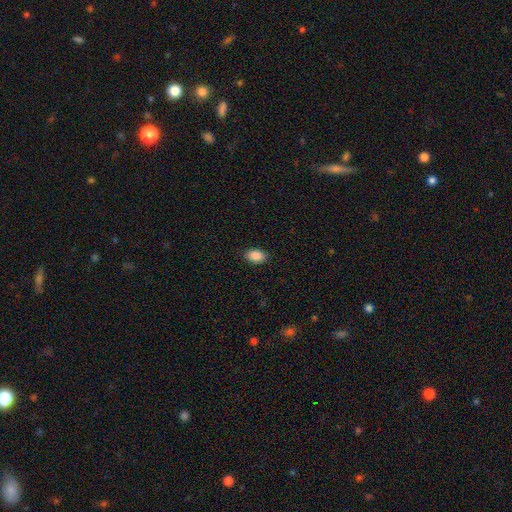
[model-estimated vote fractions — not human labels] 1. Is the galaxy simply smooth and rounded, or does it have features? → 89% smooth, 7% star or artifact, 4% featured or disk.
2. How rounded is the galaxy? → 90% in between, 8% round, 1% cigar-shaped.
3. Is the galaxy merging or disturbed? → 89% none, 8% minor disturbance, 2% major disturbance, 1% merger.